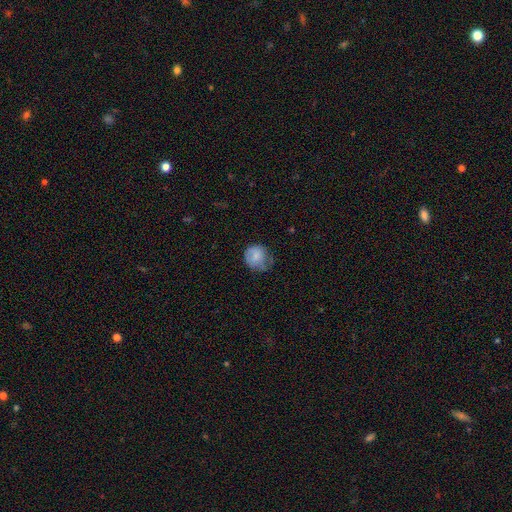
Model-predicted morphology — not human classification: Q: Smooth or featured?
A: smooth (75%); runner-up: featured or disk (17%)
Q: How rounded?
A: round (78%); runner-up: in between (21%)
Q: Merging?
A: none (46%); runner-up: minor disturbance (36%)